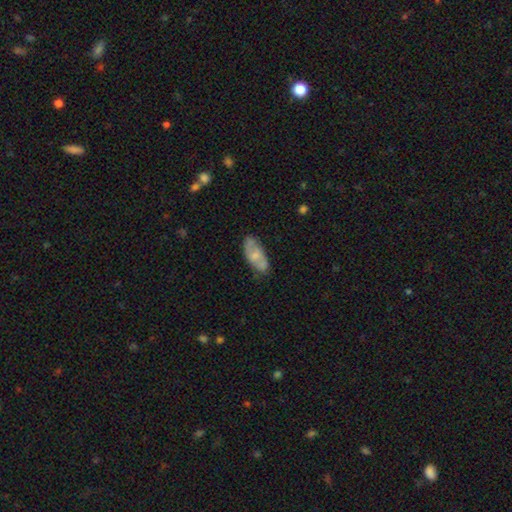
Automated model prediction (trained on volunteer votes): A smooth galaxy with no disk features (52%) that is in between round and cigar-shaped (83%).

Vote fractions:
- Smooth or featured? smooth: 52% / featured or disk: 41% / star or artifact: 7%
- How rounded? in between: 83% / cigar-shaped: 14% / round: 3%
- Merging? none: 67% / minor disturbance: 23% / major disturbance: 6% / merger: 4%